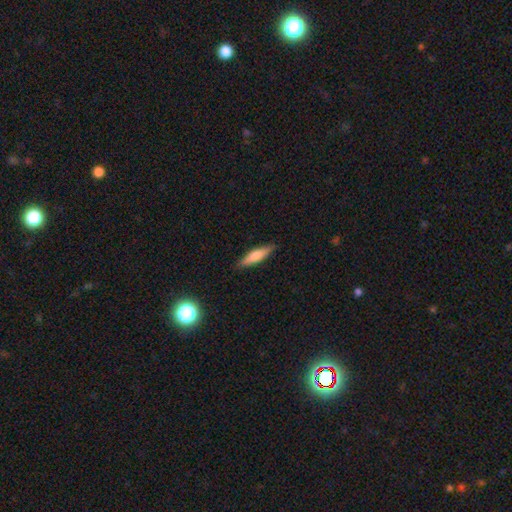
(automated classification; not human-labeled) A smooth galaxy with no disk features (68%) that is cigar-shaped (72%).

Vote fractions:
- Smooth or featured? smooth: 68% / featured or disk: 26% / star or artifact: 6%
- How rounded? cigar-shaped: 72% / in between: 26% / round: 2%
- Merging? none: 87% / minor disturbance: 10% / major disturbance: 2% / merger: 1%